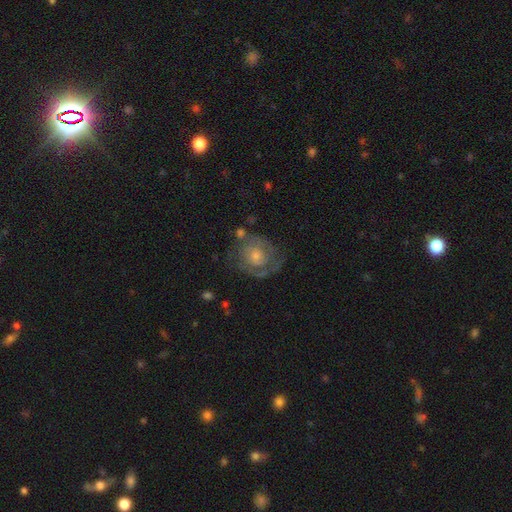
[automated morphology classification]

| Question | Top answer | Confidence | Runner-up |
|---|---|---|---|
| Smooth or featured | featured or disk | 65% | smooth (26%) |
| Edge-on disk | no | 97% | yes (3%) |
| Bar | no | 82% | weak (16%) |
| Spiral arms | yes | 71% | no (29%) |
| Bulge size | small | 49% | moderate (42%) |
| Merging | none | 64% | minor disturbance (19%) |